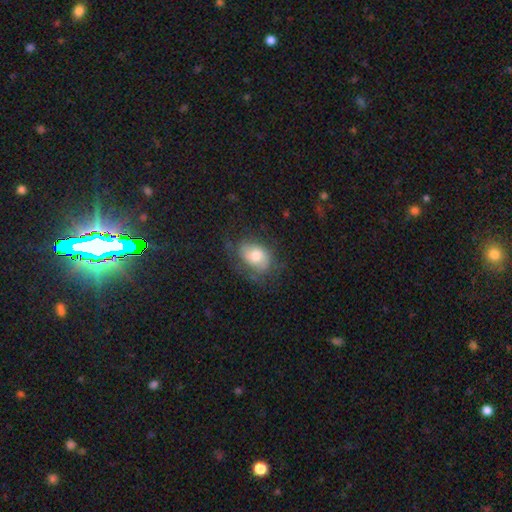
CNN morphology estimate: A smooth galaxy with no disk features (54%) that is in between round and cigar-shaped (77%).

Vote fractions:
- Smooth or featured? smooth: 54% / featured or disk: 37% / star or artifact: 9%
- How rounded? in between: 77% / round: 21% / cigar-shaped: 1%
- Merging? none: 58% / minor disturbance: 24% / major disturbance: 16% / merger: 2%